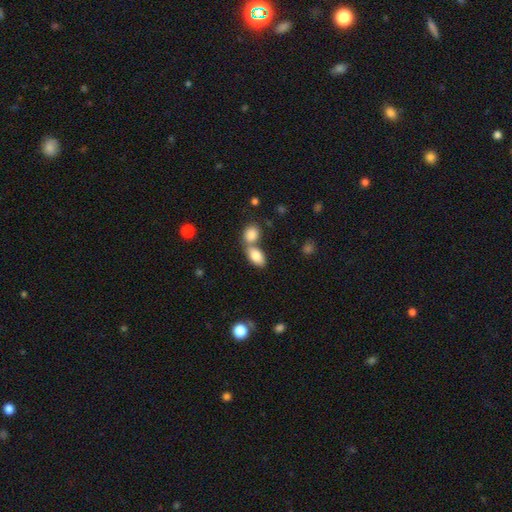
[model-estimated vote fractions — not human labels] smooth_or_featured: smooth (p=0.83) [alt: featured or disk p=0.10]
how_rounded: in between (p=0.90) [alt: round p=0.07]
merging: merger (p=0.47) [alt: none p=0.40]